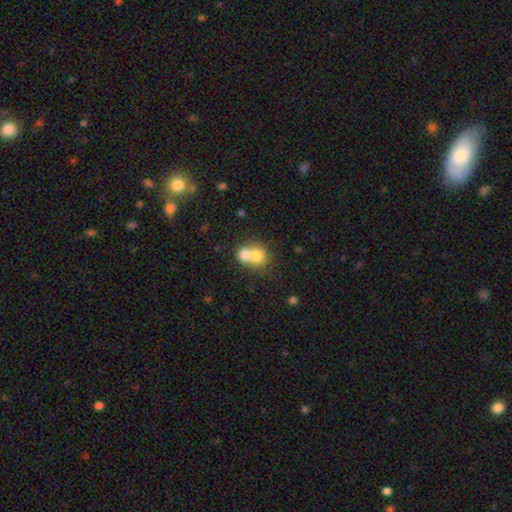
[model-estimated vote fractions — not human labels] This is likely a smooth galaxy (73%). How rounded: likely round (77%). Merging: likely merger (68%).